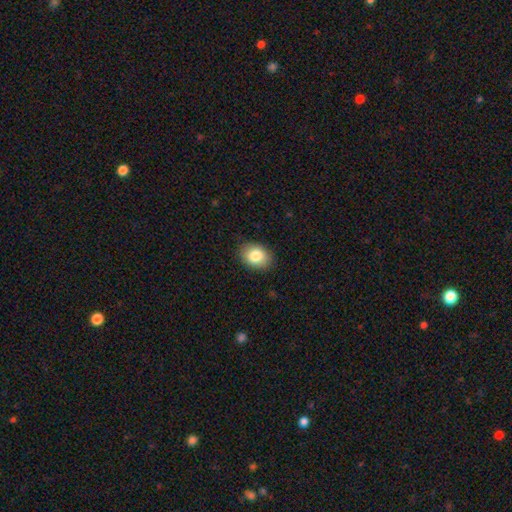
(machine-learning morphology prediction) Smooth or featured? Predicted: smooth (p=0.84). How rounded? Predicted: in between (p=0.70). Merging? Predicted: none (p=0.87).